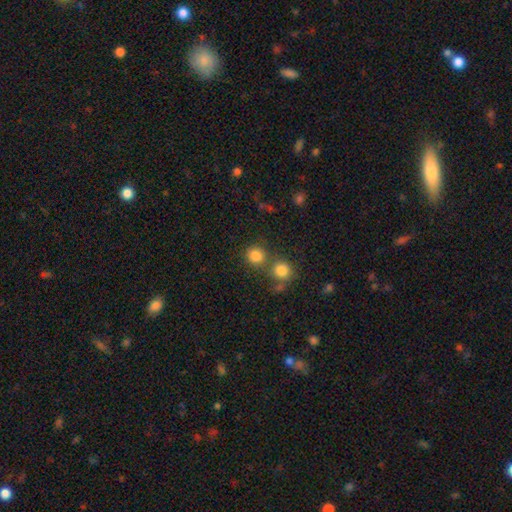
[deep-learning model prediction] Morphology: type=smooth (82%); roundness=round (86%); merging=none (62%).